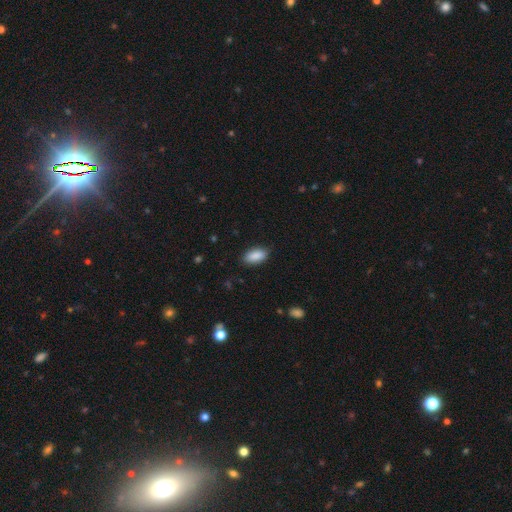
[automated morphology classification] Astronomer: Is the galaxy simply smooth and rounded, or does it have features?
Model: smooth — 89%.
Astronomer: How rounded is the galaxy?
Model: in between — 91%.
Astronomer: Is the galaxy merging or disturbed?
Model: none — 87%.